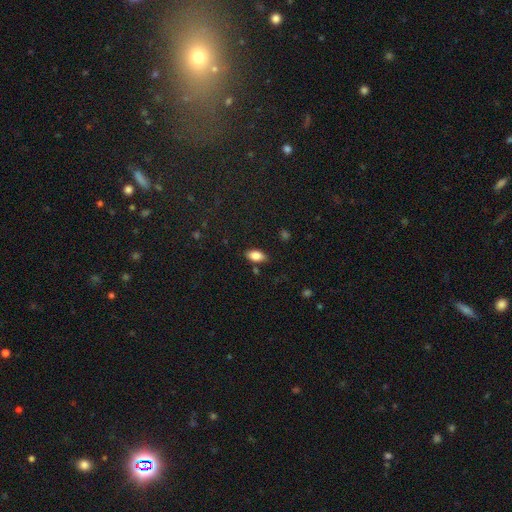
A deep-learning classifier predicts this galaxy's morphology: This appears to be a smooth galaxy with no disk features (84%) that is in between round and cigar-shaped (91%). Merging: none (81%).